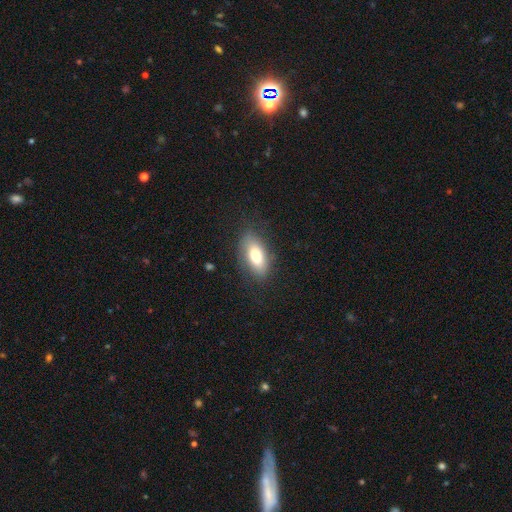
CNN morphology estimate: This is likely a smooth galaxy (76%). How rounded: clearly in between (88%). Merging: likely none (78%).